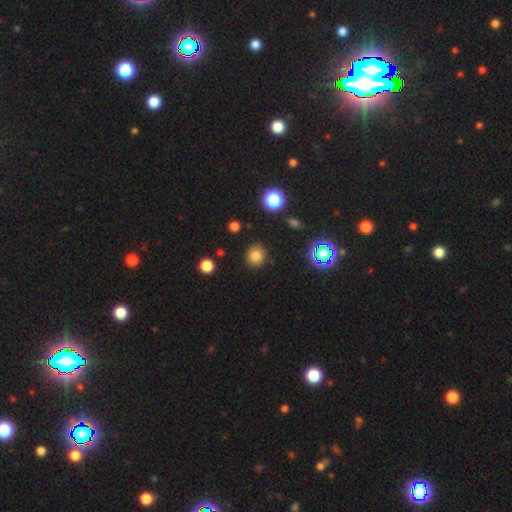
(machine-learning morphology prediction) A smooth galaxy with no disk features (79%) that is round (76%).

Vote fractions:
- Smooth or featured? smooth: 79% / star or artifact: 15% / featured or disk: 6%
- How rounded? round: 76% / in between: 23% / cigar-shaped: 1%
- Merging? none: 88% / minor disturbance: 8% / major disturbance: 3% / merger: 2%